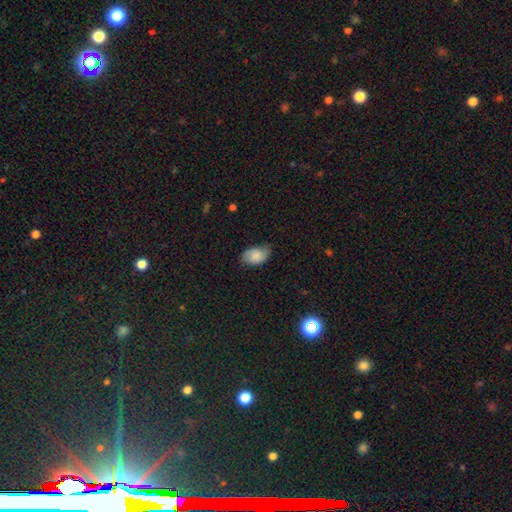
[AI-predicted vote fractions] This appears to be a smooth galaxy with no disk features (74%) that is in between round and cigar-shaped (89%). Merging: none (67%).